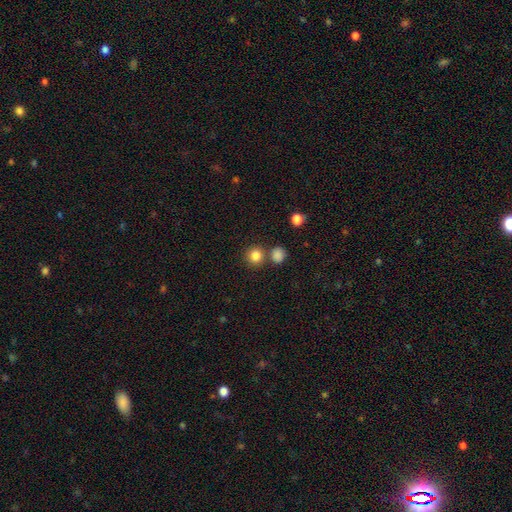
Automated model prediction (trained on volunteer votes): Q: Smooth or featured?
A: smooth (84%); runner-up: star or artifact (12%)
Q: How rounded?
A: round (91%); runner-up: in between (8%)
Q: Merging?
A: none (75%); runner-up: merger (15%)